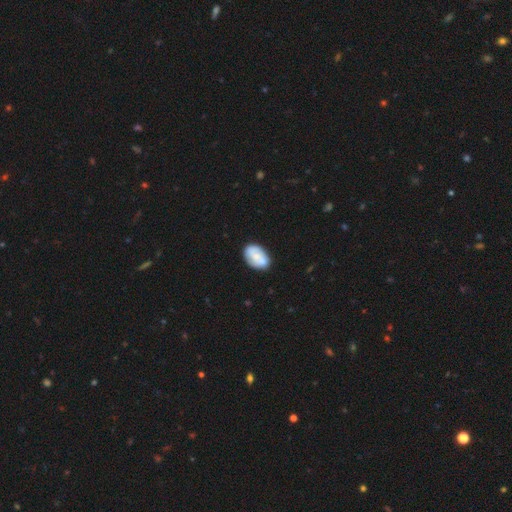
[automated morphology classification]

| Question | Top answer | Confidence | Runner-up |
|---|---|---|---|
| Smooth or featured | smooth | 54% | featured or disk (39%) |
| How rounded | in between | 86% | round (13%) |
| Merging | none | 58% | minor disturbance (21%) |